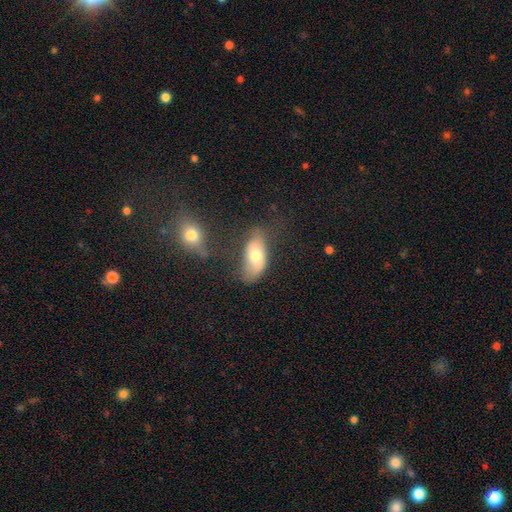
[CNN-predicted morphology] Smooth or featured?
  - smooth: 61% *
  - featured or disk: 31%
  - star or artifact: 7%
How rounded?
  - in between: 87% *
  - cigar-shaped: 9%
  - round: 4%
Merging?
  - none: 53% *
  - minor disturbance: 25%
  - major disturbance: 12%
  - merger: 10%